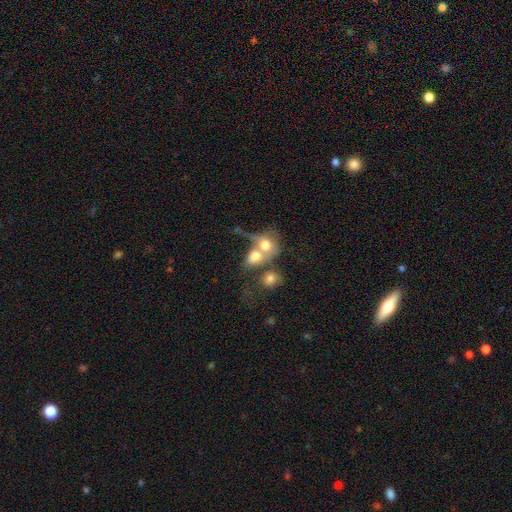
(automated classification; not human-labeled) smooth 66%, featured or disk 23%, star or artifact 10%. Down the decision tree: how rounded — round (50%); merging — merger (68%).